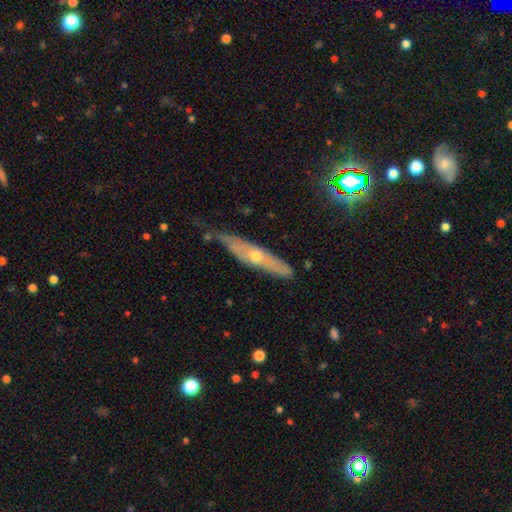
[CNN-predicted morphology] Smooth or featured? Predicted: featured or disk (p=0.64). Edge-on disk? Predicted: yes (p=0.69). Merging? Predicted: none (p=0.67).